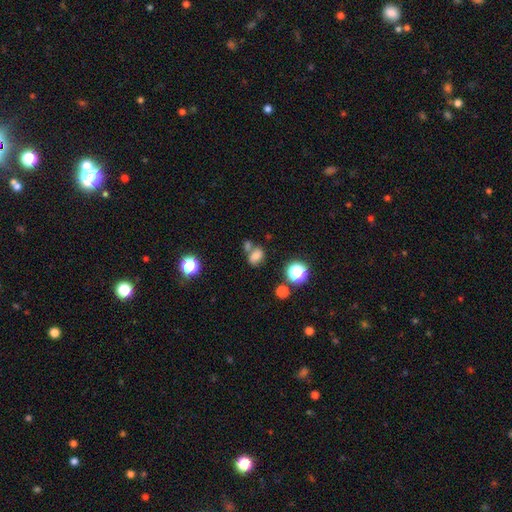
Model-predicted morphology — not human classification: type=smooth (74%); roundness=in between (68%); merging=none (46%).